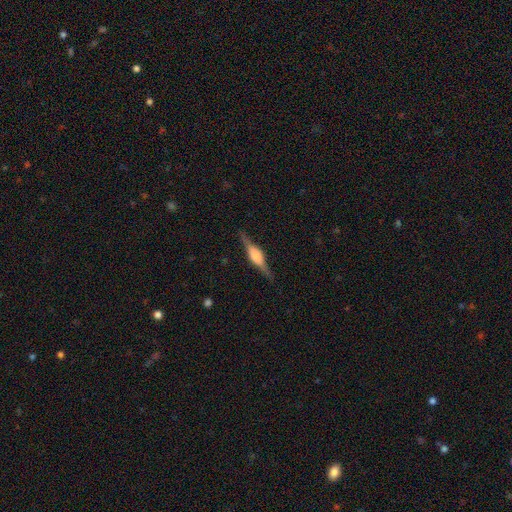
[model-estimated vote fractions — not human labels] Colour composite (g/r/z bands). It shows a featured or disk galaxy (74%) viewed edge-on (97%) with a rounded central bulge (71%). Merging: none (86%).